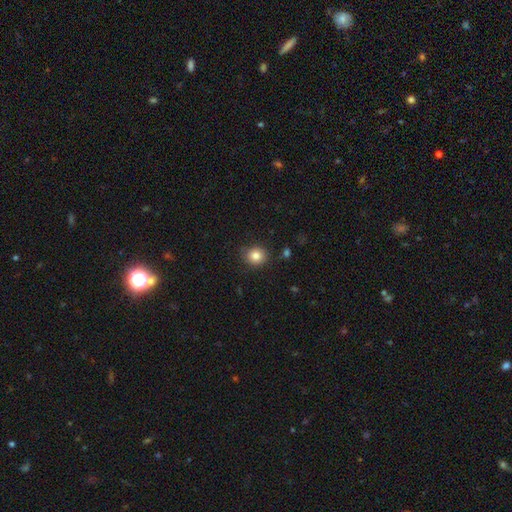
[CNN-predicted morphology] Smooth or featured? smooth (84%)
How rounded? round (84%)
Merging? none (87%)